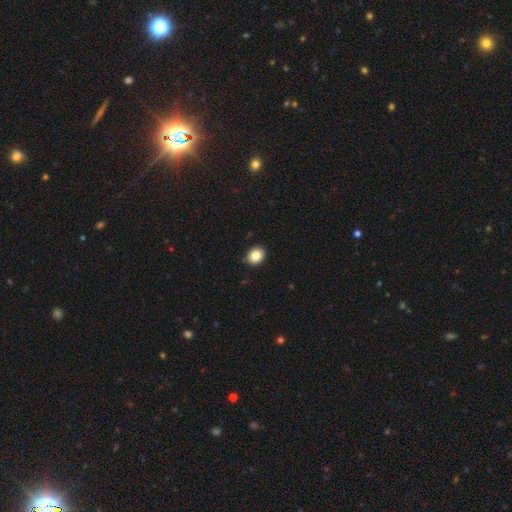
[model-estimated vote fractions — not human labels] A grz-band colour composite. It shows a smooth galaxy with no disk features (84%) that is round (59%). Merging: none (88%).